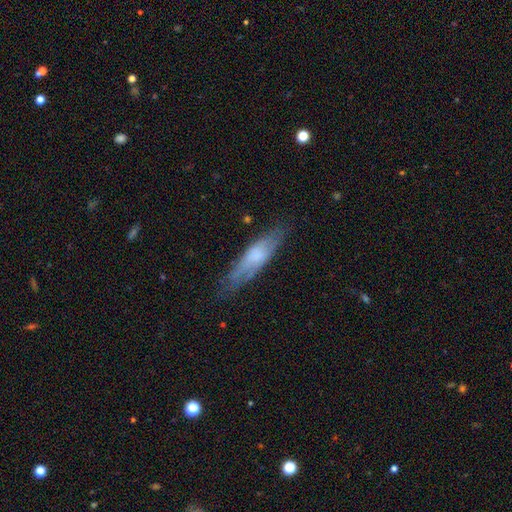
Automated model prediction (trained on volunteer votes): A smooth galaxy with no disk features (54%) that is cigar-shaped (65%).

Vote fractions:
- Smooth or featured? smooth: 54% / featured or disk: 39% / star or artifact: 7%
- How rounded? cigar-shaped: 65% / in between: 33% / round: 2%
- Merging? none: 64% / minor disturbance: 25% / major disturbance: 9% / merger: 2%